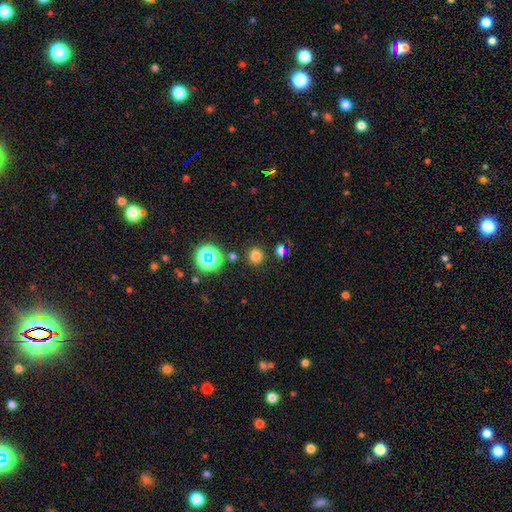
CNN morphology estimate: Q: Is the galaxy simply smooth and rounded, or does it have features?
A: smooth — 74%.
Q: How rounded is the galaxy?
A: round — 91%.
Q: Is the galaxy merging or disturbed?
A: none — 86%.